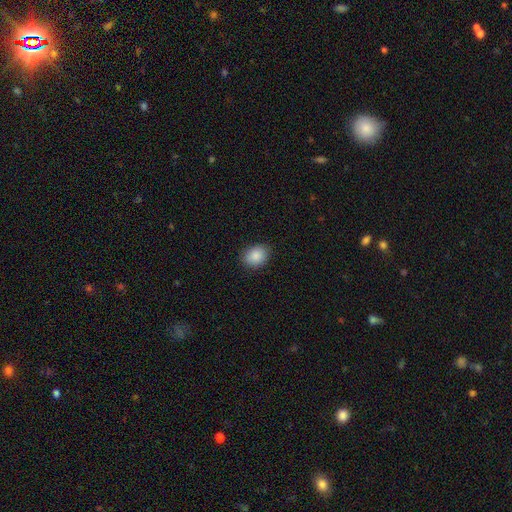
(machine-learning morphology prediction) smooth_or_featured: smooth (p=0.88) [alt: star or artifact p=0.08]
how_rounded: in between (p=0.60) [alt: round p=0.39]
merging: none (p=0.86) [alt: minor disturbance p=0.11]